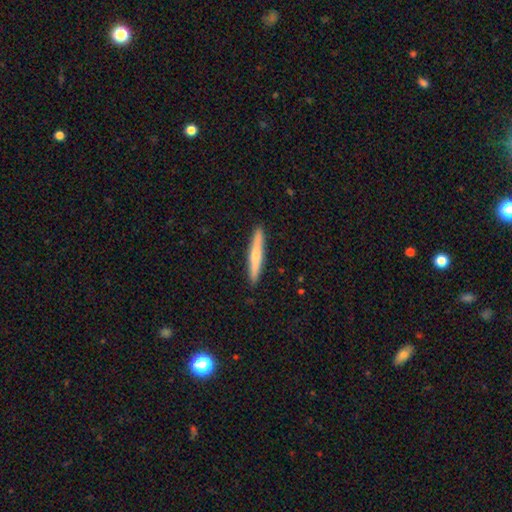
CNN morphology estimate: Smooth or featured? smooth (61%)
How rounded? cigar-shaped (95%)
Merging? none (92%)